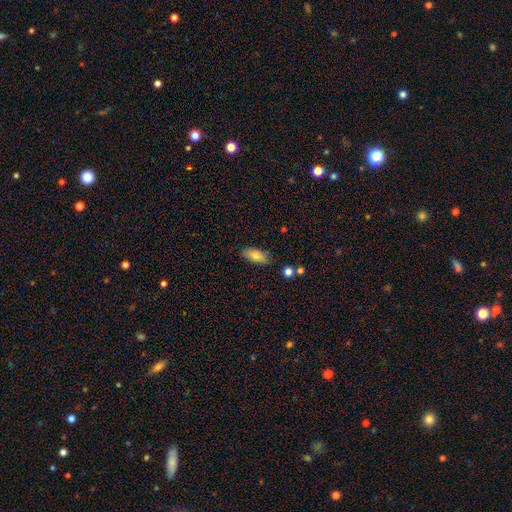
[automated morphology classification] Smooth or featured: smooth — 80% (featured or disk — 12%)
How rounded: in between — 85% (cigar-shaped — 11%)
Merging: none — 82% (minor disturbance — 13%)